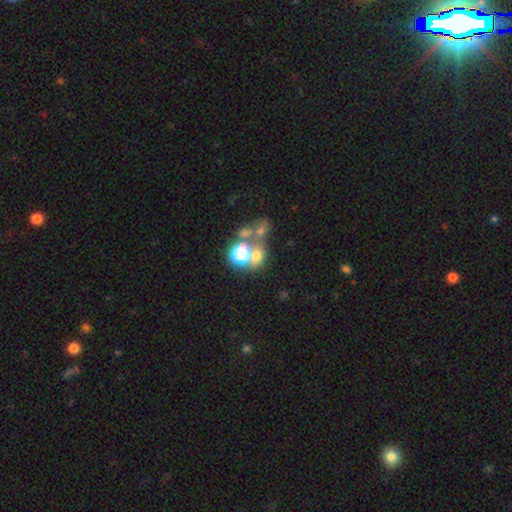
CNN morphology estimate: smooth 54%, star or artifact 29%, featured or disk 17%. Down the decision tree: how rounded — round (68%); merging — merger (42%).